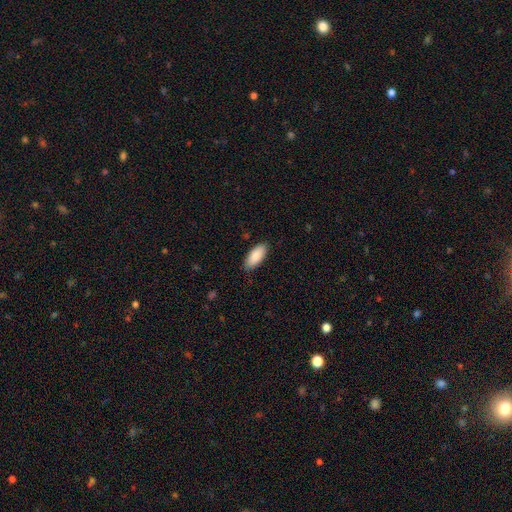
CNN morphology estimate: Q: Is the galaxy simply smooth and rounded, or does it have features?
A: smooth — 88%.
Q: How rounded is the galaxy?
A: in between — 88%.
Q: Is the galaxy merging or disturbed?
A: none — 86%.